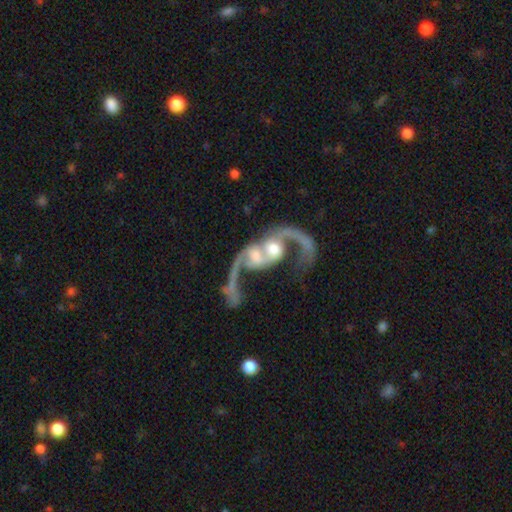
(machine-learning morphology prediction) featured or disk 80%, smooth 13%, star or artifact 7%. Down the decision tree: edge-on disk — no (96%); bar — no (60%); spiral arms — yes (87%); spiral arm count — 2 (70%); spiral winding — loose (82%); bulge size — moderate (53%); merging — merger (71%).